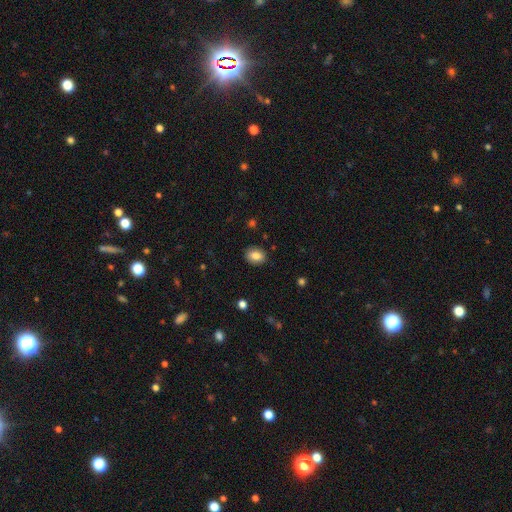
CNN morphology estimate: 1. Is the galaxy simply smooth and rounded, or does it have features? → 84% smooth, 9% star or artifact, 7% featured or disk.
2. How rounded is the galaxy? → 62% in between, 36% round, 1% cigar-shaped.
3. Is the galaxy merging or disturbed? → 87% none, 9% minor disturbance, 2% major disturbance, 1% merger.